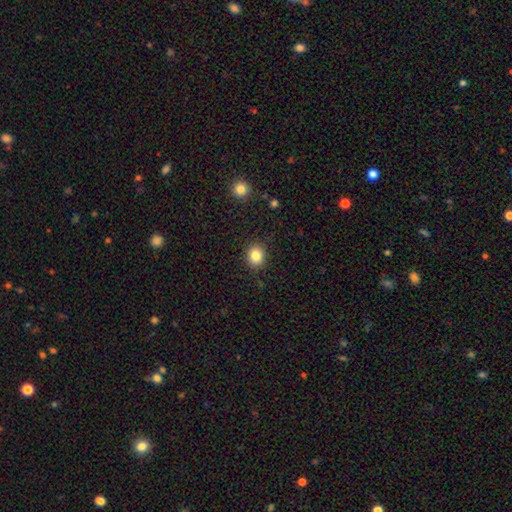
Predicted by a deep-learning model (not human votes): This appears to be a smooth galaxy with no disk features (84%) that is round (73%). Merging: none (88%).